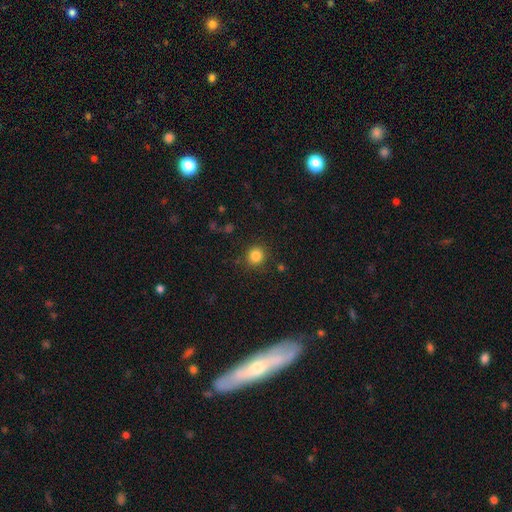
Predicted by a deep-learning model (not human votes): The model was most divided on "smooth or featured": smooth: 84%, star or artifact: 12%, featured or disk: 4%. More confident: how rounded — round (88%); merging — none (88%).